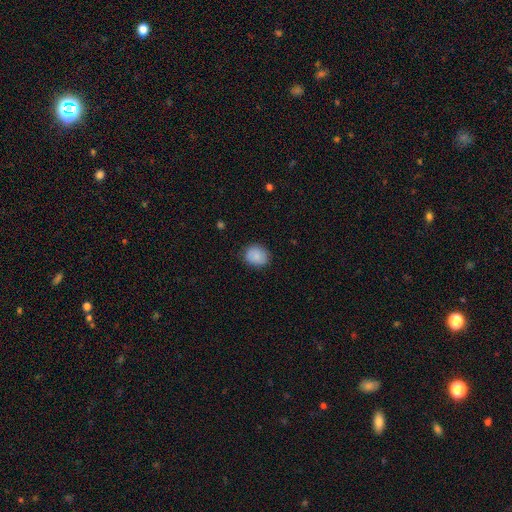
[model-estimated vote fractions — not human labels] smooth-or-featured: smooth: 87% | star or artifact: 8% | featured or disk: 5%
  how-rounded: round: 65% | in between: 34% | cigar-shaped: 1%
  merging: none: 84% | minor disturbance: 12% | major disturbance: 3% | merger: 1%